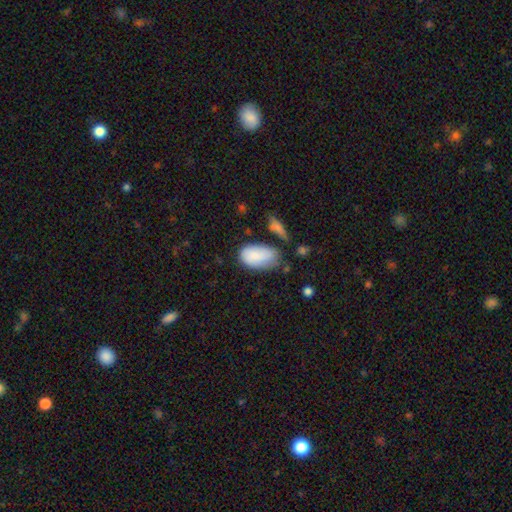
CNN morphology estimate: This appears to be a smooth galaxy with no disk features (81%) that is in between round and cigar-shaped (94%). Merging: none (47%).